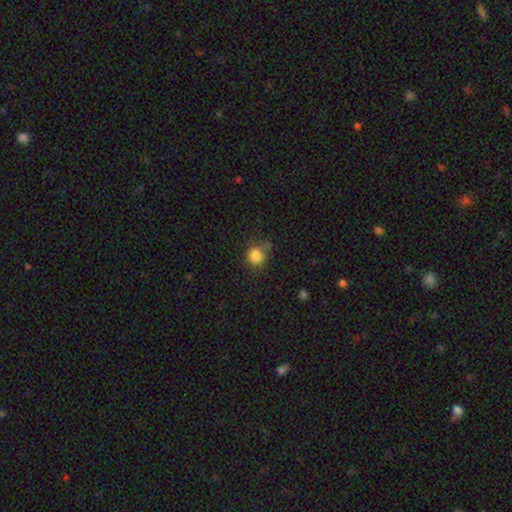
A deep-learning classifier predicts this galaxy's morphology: type=smooth (84%); roundness=round (87%); merging=none (65%).